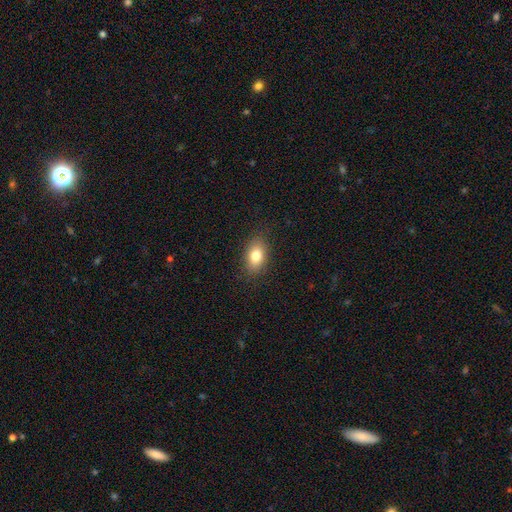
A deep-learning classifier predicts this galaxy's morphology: The model was most divided on "smooth or featured": smooth: 80%, featured or disk: 11%, star or artifact: 9%. More confident: merging — none (86%); how rounded — in between (84%).